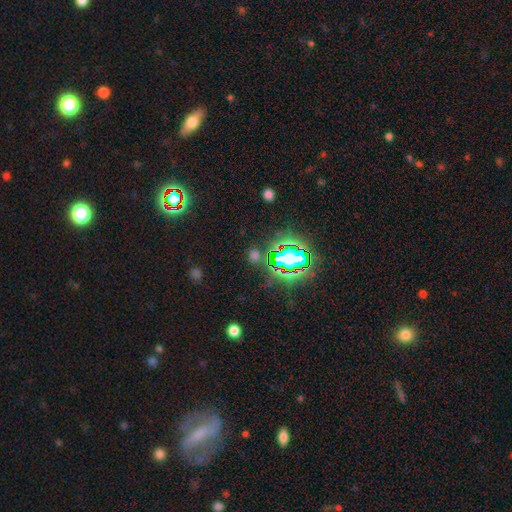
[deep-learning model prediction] smooth_or_featured: star or artifact (p=0.54) [alt: smooth p=0.38]